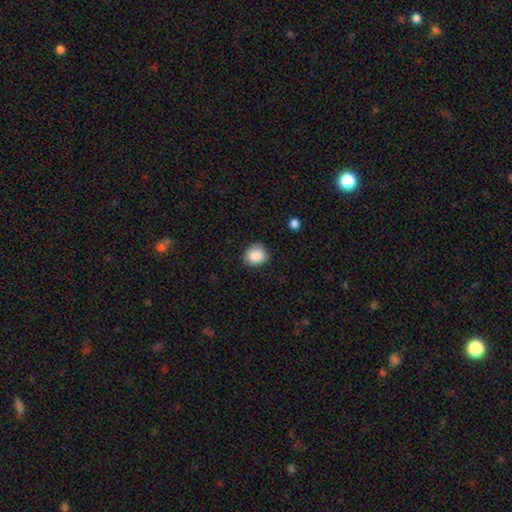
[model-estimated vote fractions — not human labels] smooth 88%, star or artifact 8%, featured or disk 4%. Down the decision tree: how rounded — round (71%); merging — none (78%).